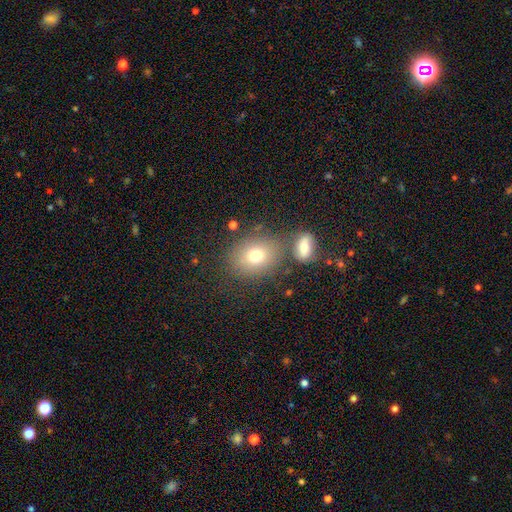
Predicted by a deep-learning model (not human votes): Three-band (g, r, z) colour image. It shows a smooth galaxy with no disk features (74%) that is round (52%). Merging: none (68%).